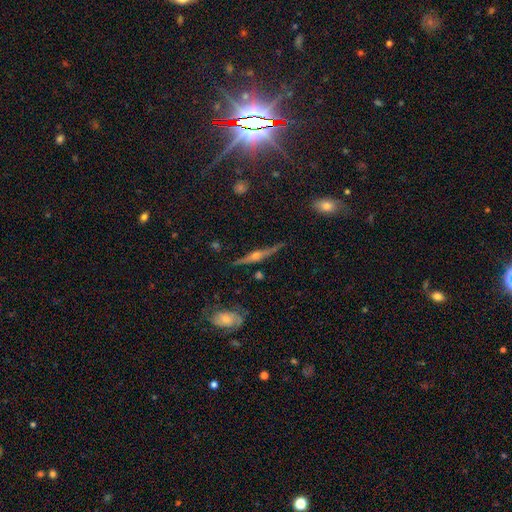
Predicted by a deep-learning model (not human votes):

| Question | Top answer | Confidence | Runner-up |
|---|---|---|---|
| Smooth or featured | featured or disk | 79% | star or artifact (11%) |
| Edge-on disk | yes | 96% | no (4%) |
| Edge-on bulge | rounded | 91% | boxy (5%) |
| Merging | none | 85% | minor disturbance (11%) |